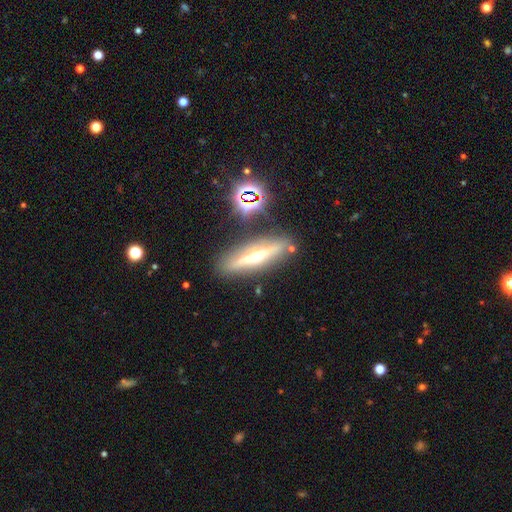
featured or disk 74%, smooth 18%, star or artifact 8%. Down the decision tree: edge-on disk — yes (100%); edge-on bulge — rounded (86%); merging — none (81%).